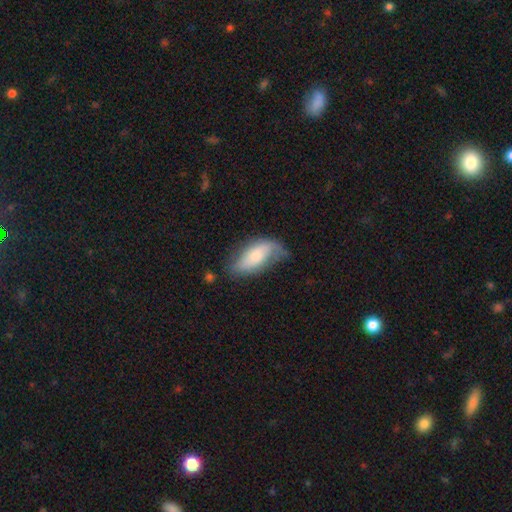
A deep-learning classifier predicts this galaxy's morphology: Smooth or featured? Predicted: smooth (p=0.59). How rounded? Predicted: in between (p=0.86). Merging? Predicted: none (p=0.49).